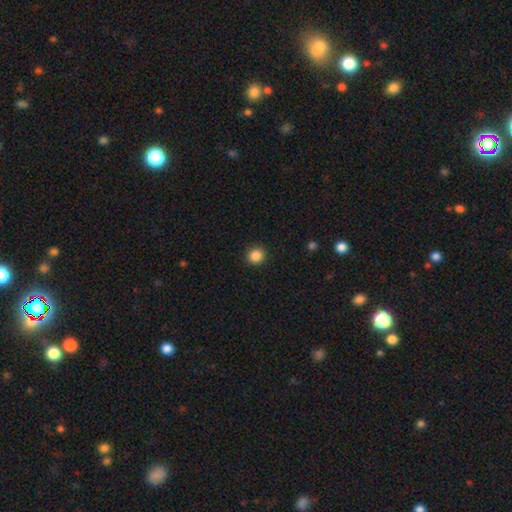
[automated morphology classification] A smooth galaxy with no disk features (87%) that is round (90%).

Vote fractions:
- Smooth or featured? smooth: 87% / star or artifact: 10% / featured or disk: 3%
- How rounded? round: 90% / in between: 9% / cigar-shaped: 1%
- Merging? none: 92% / minor disturbance: 5% / major disturbance: 2% / merger: 1%